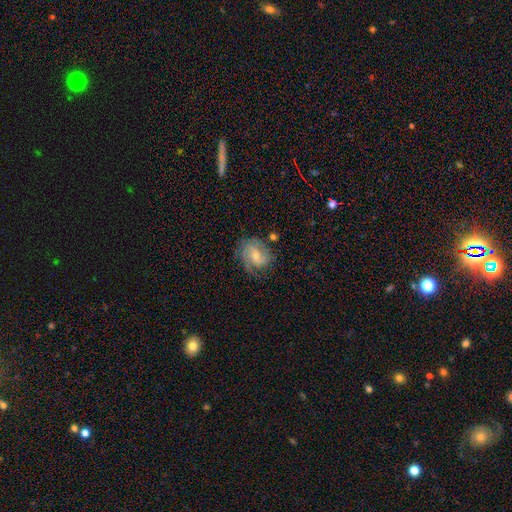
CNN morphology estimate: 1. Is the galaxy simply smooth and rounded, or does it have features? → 72% featured or disk, 21% smooth, 7% star or artifact.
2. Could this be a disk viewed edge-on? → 98% no, 2% yes.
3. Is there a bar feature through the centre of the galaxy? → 48% no, 43% weak, 9% strong.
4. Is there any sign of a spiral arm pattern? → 92% yes, 8% no.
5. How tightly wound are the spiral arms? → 41% medium (tied), 41% tight (tied), 18% loose.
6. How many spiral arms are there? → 41% 2, 22% can't tell, 18% 3, 11% 1, 4% 4, 3% more than 4.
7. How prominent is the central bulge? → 58% small, 36% moderate, 3% none, 2% large, 1% dominant.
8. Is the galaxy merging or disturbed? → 64% none, 21% minor disturbance, 11% major disturbance, 3% merger.